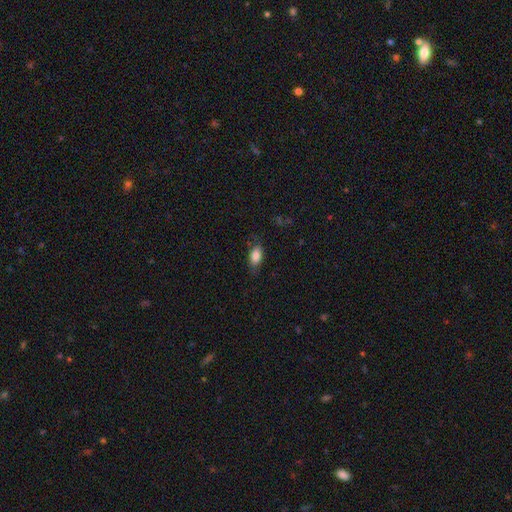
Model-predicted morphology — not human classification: Smooth or featured? Predicted: smooth (p=0.84). How rounded? Predicted: in between (p=0.89). Merging? Predicted: none (p=0.75).